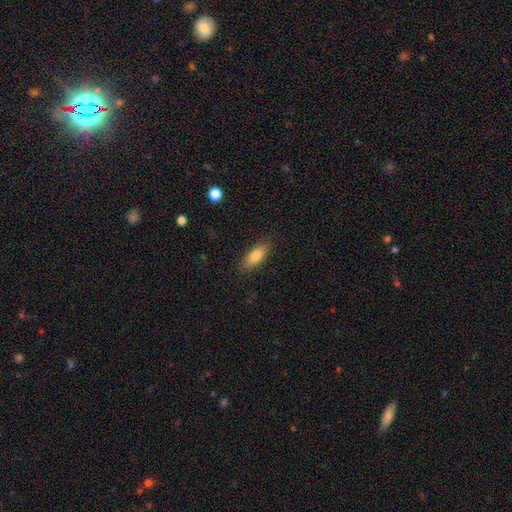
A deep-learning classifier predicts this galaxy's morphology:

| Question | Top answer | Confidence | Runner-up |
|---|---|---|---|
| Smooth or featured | smooth | 83% | featured or disk (11%) |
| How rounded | in between | 76% | cigar-shaped (21%) |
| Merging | none | 86% | minor disturbance (11%) |